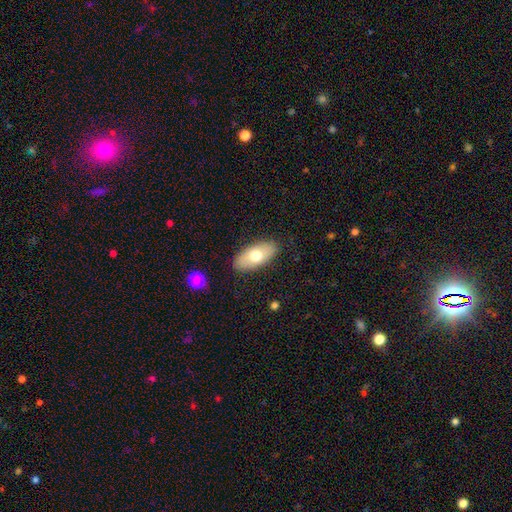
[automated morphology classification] smooth 68%, featured or disk 26%, star or artifact 6%. Down the decision tree: how rounded — in between (90%); merging — none (87%).